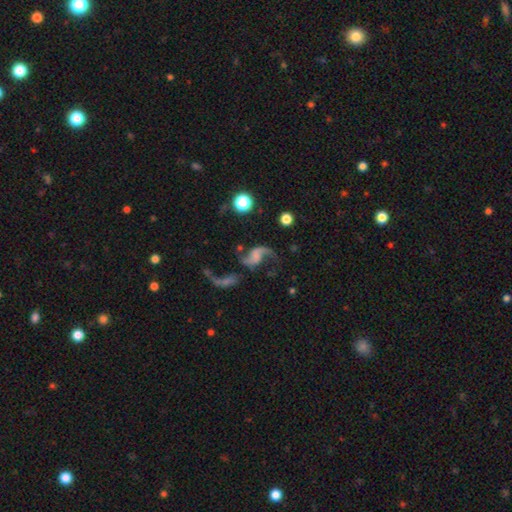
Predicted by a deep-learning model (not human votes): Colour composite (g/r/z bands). It shows a featured or disk galaxy (81%) with no bar (53%), 2 (90%) loose (88%) spiral arms (94%) and no central bulge (62%). Merging: none (53%).